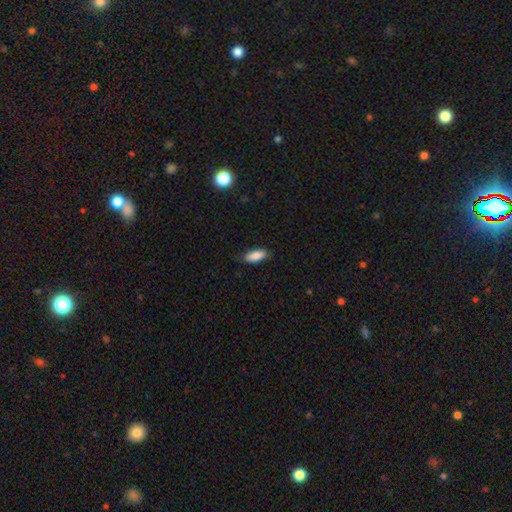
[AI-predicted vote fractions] A smooth galaxy with no disk features (88%) that is in between round and cigar-shaped (79%).

Vote fractions:
- Smooth or featured? smooth: 88% / star or artifact: 6% / featured or disk: 6%
- How rounded? in between: 79% / cigar-shaped: 19% / round: 2%
- Merging? none: 82% / minor disturbance: 14% / major disturbance: 3% / merger: 1%